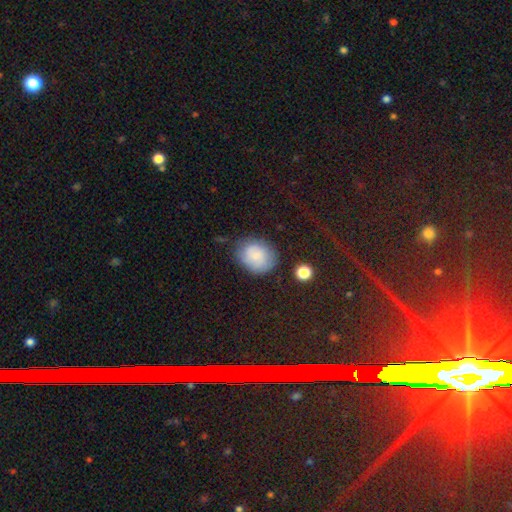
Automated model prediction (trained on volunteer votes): A smooth galaxy with no disk features (73%) that is round (61%). Merging: none (67%).